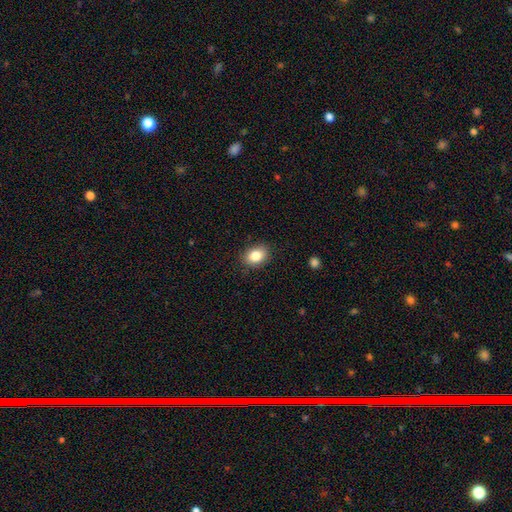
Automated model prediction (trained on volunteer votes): Overall: smooth (85%). How rounded: in between (75%). Merging: none (86%).